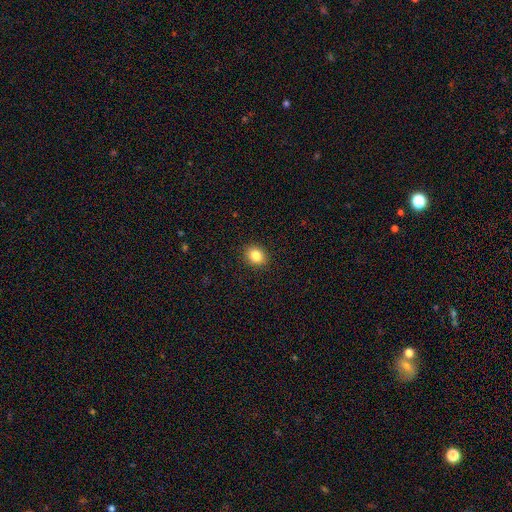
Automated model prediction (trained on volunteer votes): Smooth or featured?
  - smooth: 85% *
  - star or artifact: 10%
  - featured or disk: 5%
How rounded?
  - round: 53% *
  - in between: 46%
  - cigar-shaped: 1%
Merging?
  - none: 90% *
  - minor disturbance: 7%
  - major disturbance: 2%
  - merger: 1%